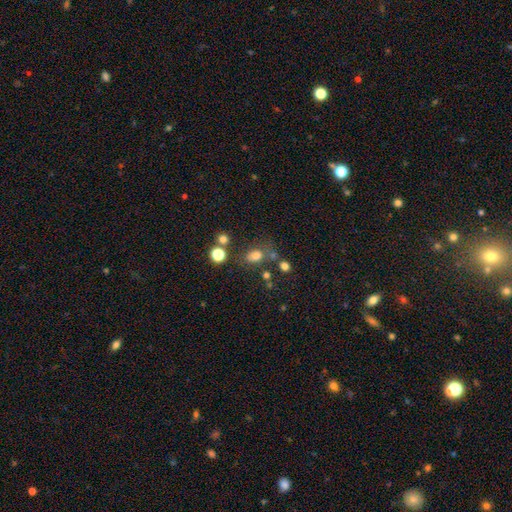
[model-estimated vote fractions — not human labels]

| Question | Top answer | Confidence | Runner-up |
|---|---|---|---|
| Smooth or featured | smooth | 75% | star or artifact (15%) |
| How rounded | in between | 69% | round (30%) |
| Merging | none | 59% | minor disturbance (19%) |